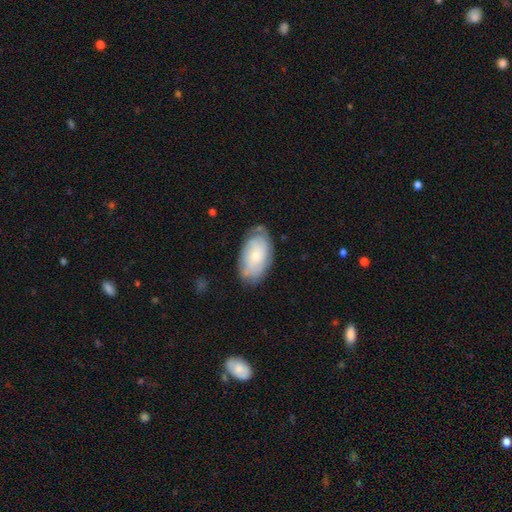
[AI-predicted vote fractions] This is possibly a smooth galaxy (56%). How rounded: clearly in between (94%). Merging: likely none (68%).